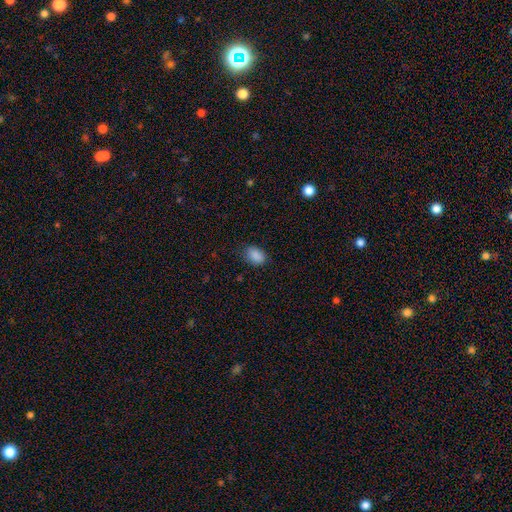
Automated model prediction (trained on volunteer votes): A smooth galaxy with no disk features (88%) that is in between round and cigar-shaped (81%). Merging: none (77%).